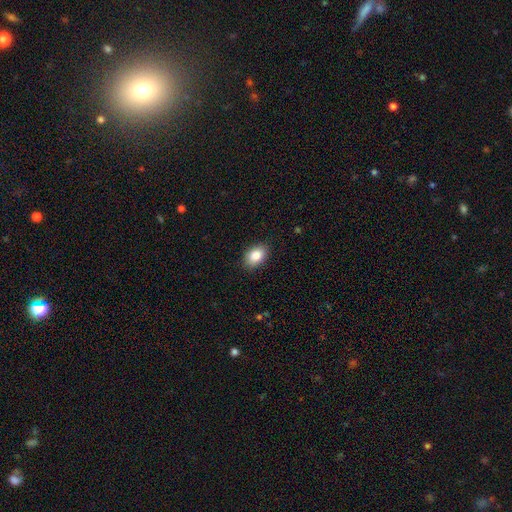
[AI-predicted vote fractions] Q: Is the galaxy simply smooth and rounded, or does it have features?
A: smooth — 84%.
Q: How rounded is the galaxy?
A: in between — 84%.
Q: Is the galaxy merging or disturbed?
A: none — 88%.